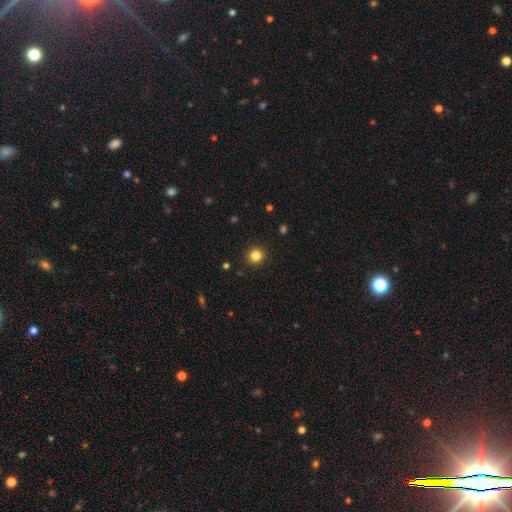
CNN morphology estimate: smooth 84%, star or artifact 12%, featured or disk 4%. Down the decision tree: how rounded — round (92%); merging — none (92%).